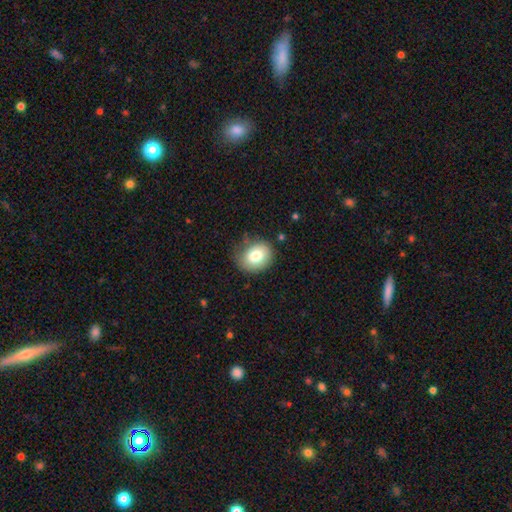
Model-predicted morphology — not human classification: Smooth or featured?
  - smooth: 79% *
  - featured or disk: 11%
  - star or artifact: 10%
How rounded?
  - round: 57% *
  - in between: 42%
  - cigar-shaped: 1%
Merging?
  - none: 77% *
  - minor disturbance: 17%
  - major disturbance: 4%
  - merger: 2%